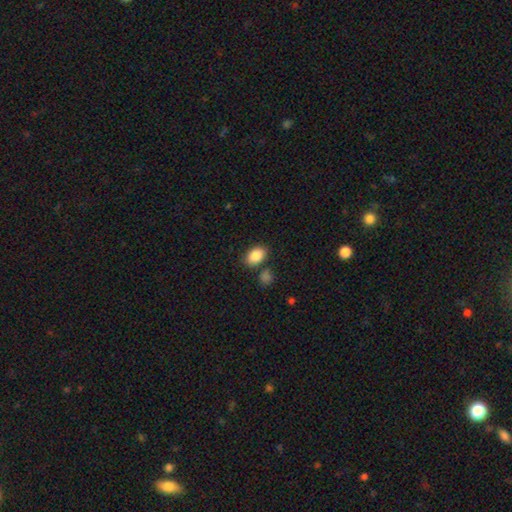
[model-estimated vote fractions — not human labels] A smooth galaxy with no disk features (87%) that is in between round and cigar-shaped (86%).

Vote fractions:
- Smooth or featured? smooth: 87% / star or artifact: 7% / featured or disk: 5%
- How rounded? in between: 86% / round: 13% / cigar-shaped: 1%
- Merging? none: 78% / minor disturbance: 12% / merger: 7% / major disturbance: 3%